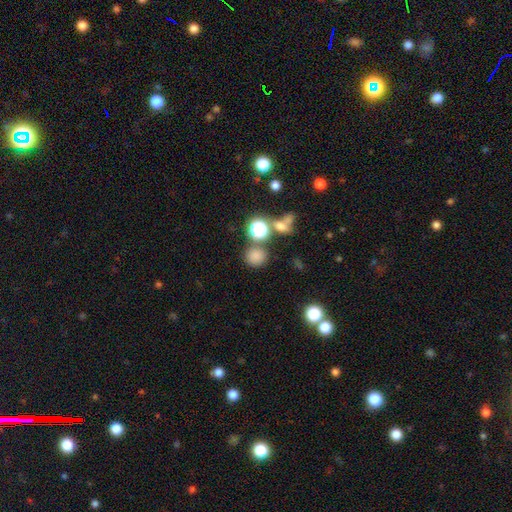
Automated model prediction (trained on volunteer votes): The model was most divided on "merging": none: 69%, merger: 16%, minor disturbance: 9%, major disturbance: 5%. More confident: how rounded — round (88%); smooth or featured — smooth (75%).